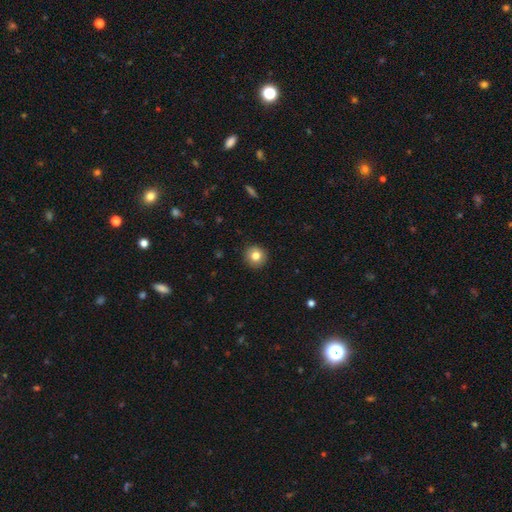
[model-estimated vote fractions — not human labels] Overall: smooth (81%). How rounded: round (93%). Merging: none (92%).